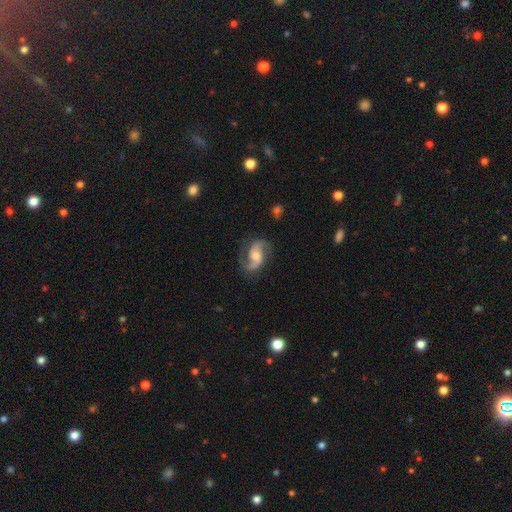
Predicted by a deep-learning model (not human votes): Morphology: type=featured or disk (88%); edge-on=no (98%); bar=no (47%); spiral arms=yes (97%); winding=medium (48%); arm count=2 (92%); bulge=moderate (56%); merging=none (77%).